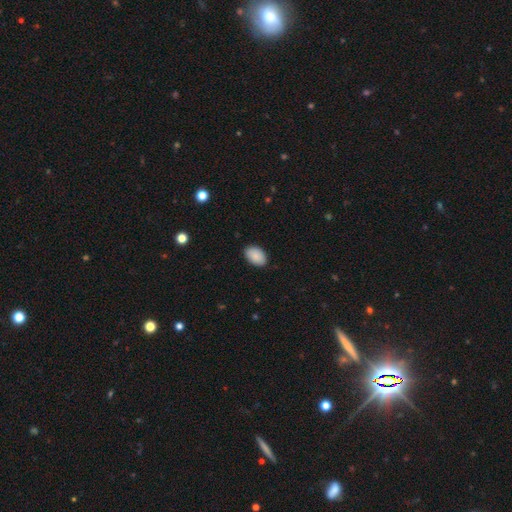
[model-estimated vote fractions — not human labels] Q: Smooth or featured?
A: smooth (89%); runner-up: star or artifact (7%)
Q: How rounded?
A: in between (92%); runner-up: round (7%)
Q: Merging?
A: none (87%); runner-up: minor disturbance (10%)